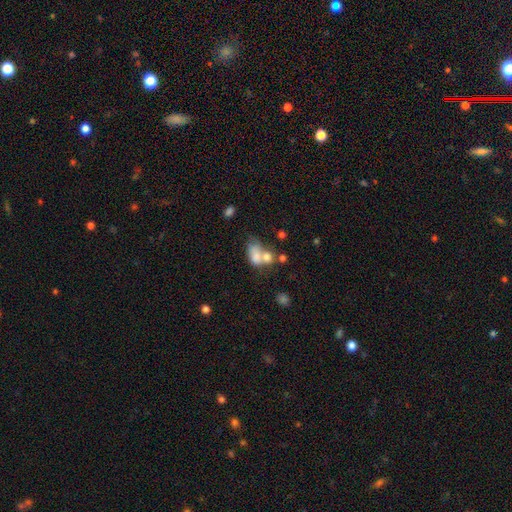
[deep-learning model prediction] Morphology: type=smooth (68%); roundness=in between (79%); merging=merger (58%).